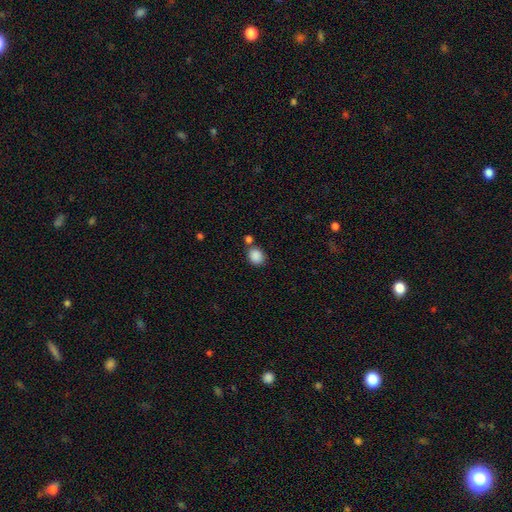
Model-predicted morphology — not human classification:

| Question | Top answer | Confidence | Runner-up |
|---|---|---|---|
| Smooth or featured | smooth | 88% | star or artifact (9%) |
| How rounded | round | 57% | in between (42%) |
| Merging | none | 68% | merger (16%) |